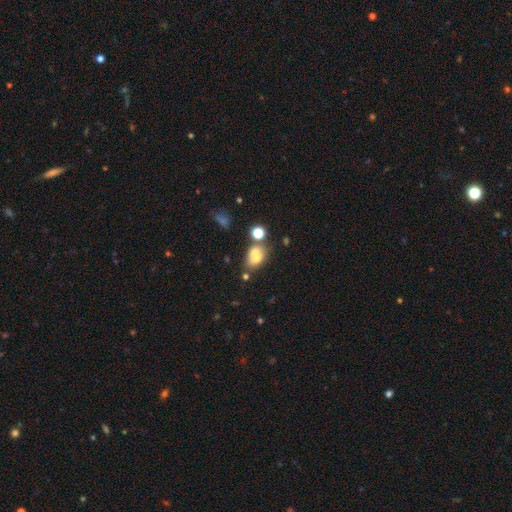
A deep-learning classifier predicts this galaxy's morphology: This appears to be a smooth galaxy with no disk features (65%) that is in between round and cigar-shaped (64%). Merging: merger (46%).